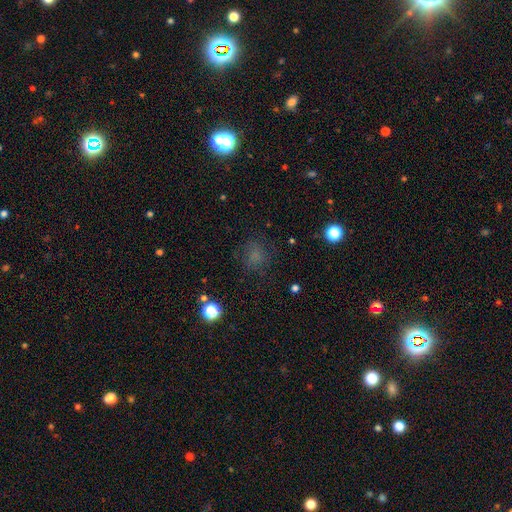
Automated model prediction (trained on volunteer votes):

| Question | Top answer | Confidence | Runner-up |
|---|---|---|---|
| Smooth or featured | smooth | 65% | star or artifact (25%) |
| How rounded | round | 70% | in between (29%) |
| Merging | none | 72% | minor disturbance (16%) |